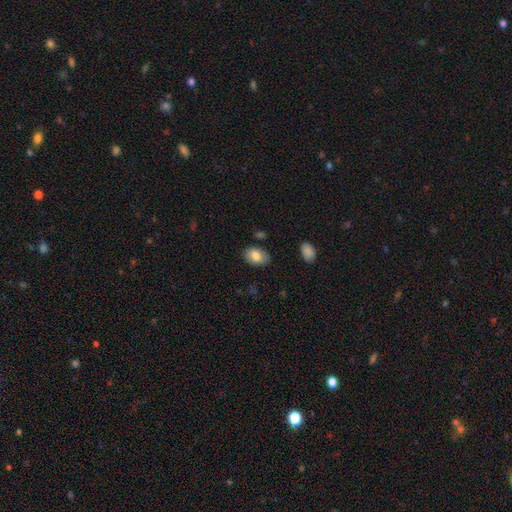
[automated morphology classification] This is clearly a smooth galaxy (82%). How rounded: clearly in between (87%). Merging: clearly none (83%).